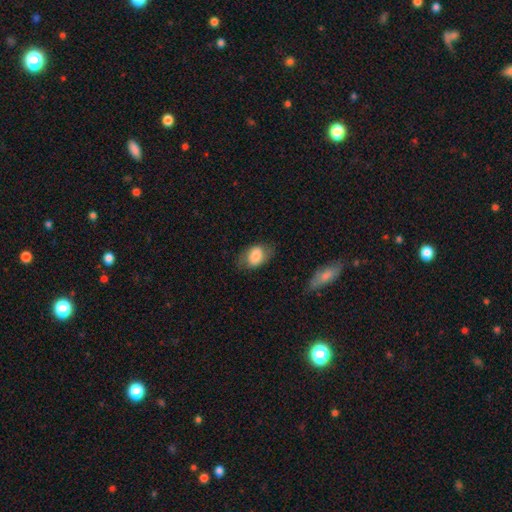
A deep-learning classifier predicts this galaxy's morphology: A smooth galaxy with no disk features (75%) that is in between round and cigar-shaped (86%). Merging: none (70%).